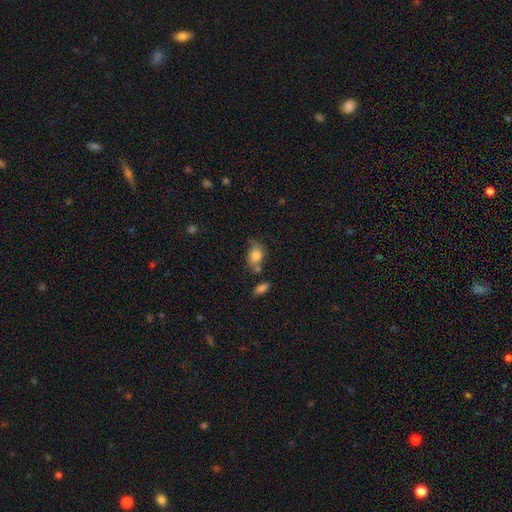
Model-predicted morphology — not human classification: The model was most divided on "merging": none: 52%, minor disturbance: 22%, merger: 19%, major disturbance: 7%. More confident: smooth or featured — smooth (81%); how rounded — in between (69%).